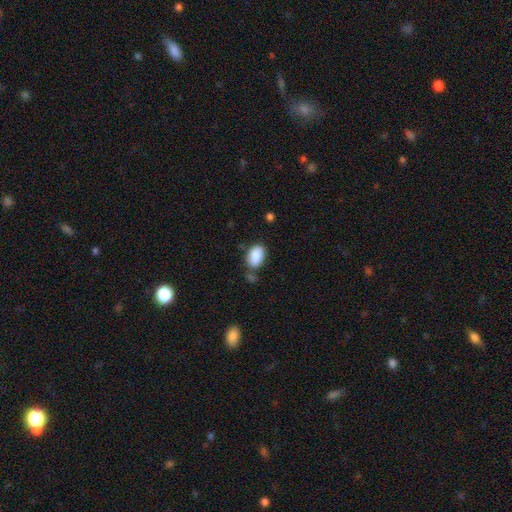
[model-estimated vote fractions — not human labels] A smooth galaxy with no disk features (88%) that is in between round and cigar-shaped (91%).

Vote fractions:
- Smooth or featured? smooth: 88% / star or artifact: 7% / featured or disk: 5%
- How rounded? in between: 91% / round: 8% / cigar-shaped: 1%
- Merging? none: 62% / minor disturbance: 21% / merger: 11% / major disturbance: 6%